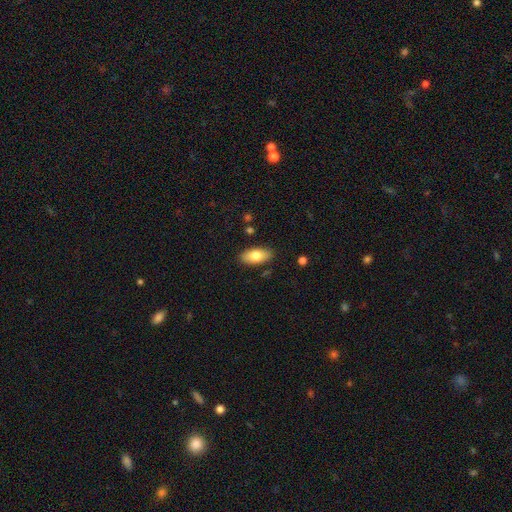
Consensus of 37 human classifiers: This is clearly a smooth galaxy (84%). How rounded: clearly in between (87%). Merging: clearly none (86%).